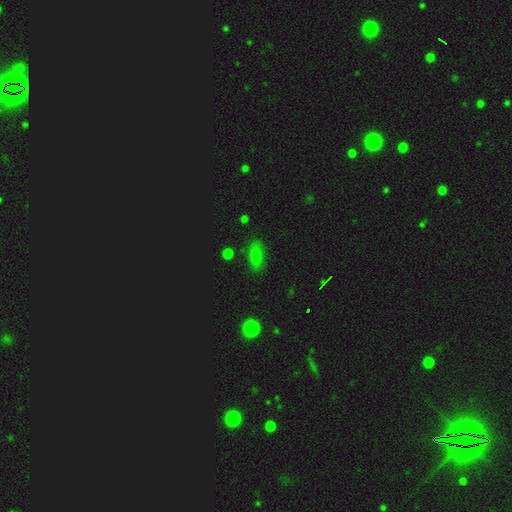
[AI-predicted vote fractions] Smooth or featured: smooth — 74% (star or artifact — 16%)
How rounded: in between — 82% (cigar-shaped — 10%)
Merging: none — 80% (minor disturbance — 13%)